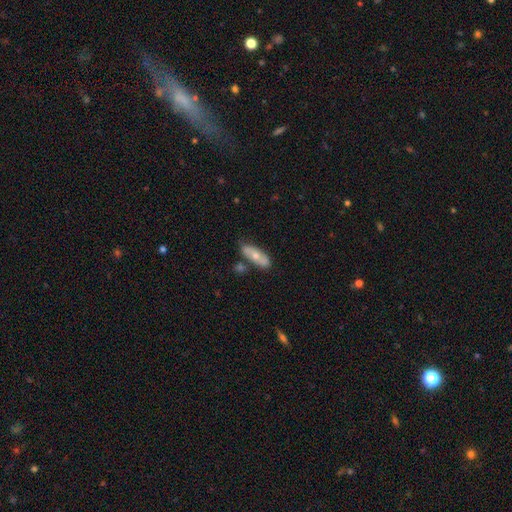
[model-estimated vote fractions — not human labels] Smooth or featured? Predicted: smooth (p=0.60). How rounded? Predicted: in between (p=0.70). Merging? Predicted: none (p=0.70).